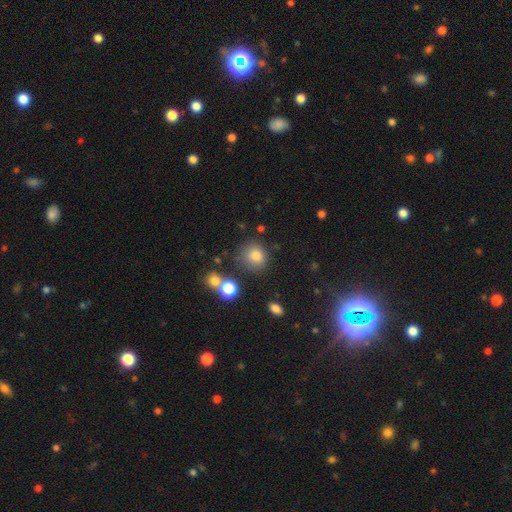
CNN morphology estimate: A smooth galaxy with no disk features (80%) that is round (85%). Merging: none (71%).